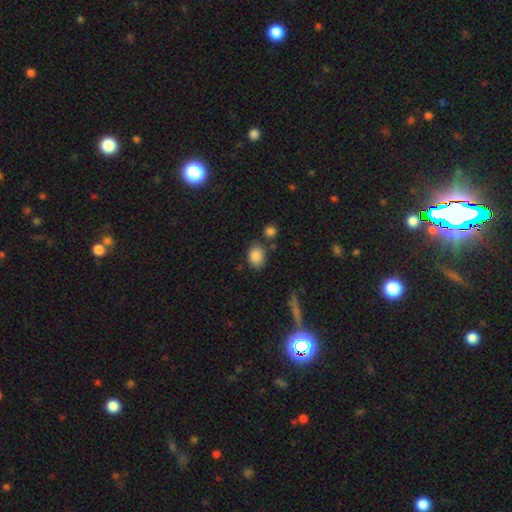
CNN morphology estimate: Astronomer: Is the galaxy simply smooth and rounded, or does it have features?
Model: smooth — 86%.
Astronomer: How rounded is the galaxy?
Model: in between — 68%.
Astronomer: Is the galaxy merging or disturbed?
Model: none — 73%.